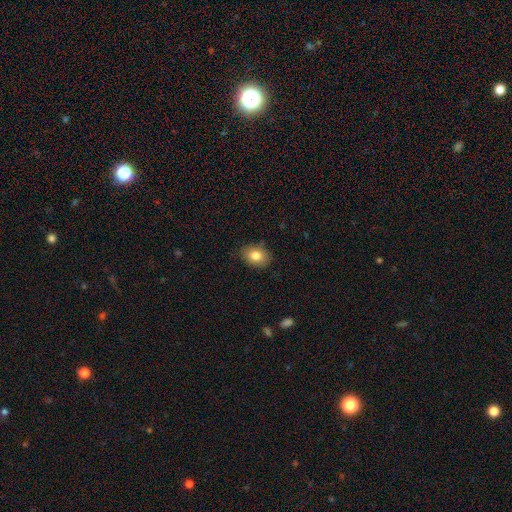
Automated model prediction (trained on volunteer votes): This is clearly a smooth galaxy (83%). How rounded: likely in between (73%). Merging: clearly none (83%).